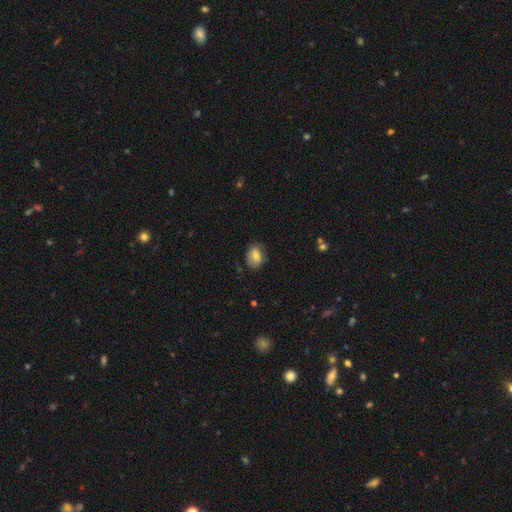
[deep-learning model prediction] smooth_or_featured: smooth (p=0.75) [alt: featured or disk p=0.16]
how_rounded: in between (p=0.79) [alt: round p=0.20]
merging: none (p=0.72) [alt: minor disturbance p=0.22]